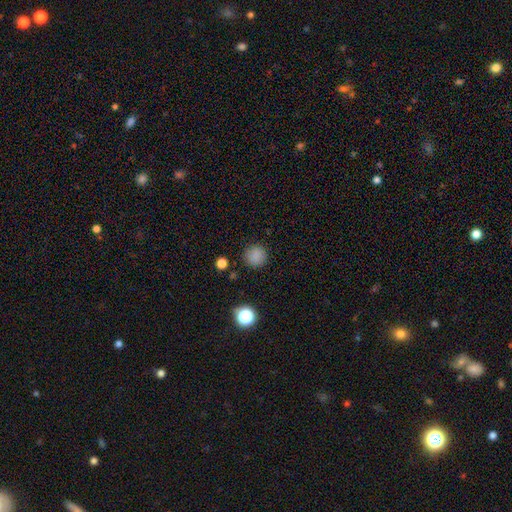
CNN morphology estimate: smooth-or-featured: smooth: 84% | star or artifact: 13% | featured or disk: 4%
  how-rounded: round: 94% | in between: 5% | cigar-shaped: 1%
  merging: none: 88% | minor disturbance: 8% | major disturbance: 3% | merger: 1%